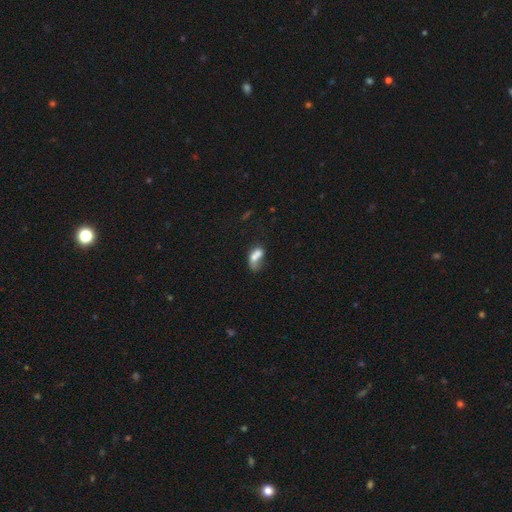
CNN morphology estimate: Smooth or featured: smooth — 65% (featured or disk — 25%)
How rounded: in between — 76% (round — 19%)
Merging: merger — 62% (none — 15%)